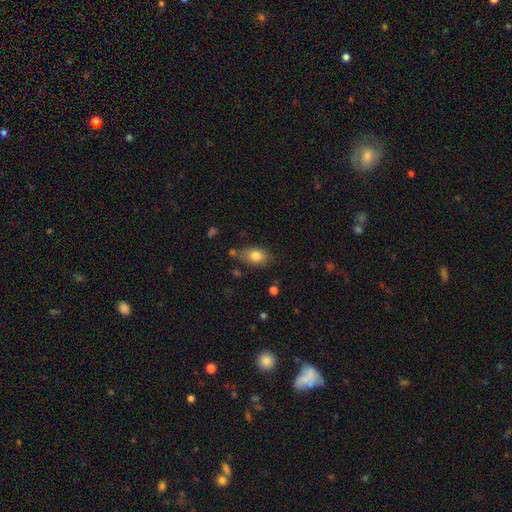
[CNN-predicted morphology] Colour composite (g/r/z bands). It shows a smooth galaxy with no disk features (80%) that is in between round and cigar-shaped (83%). Merging: none (66%).